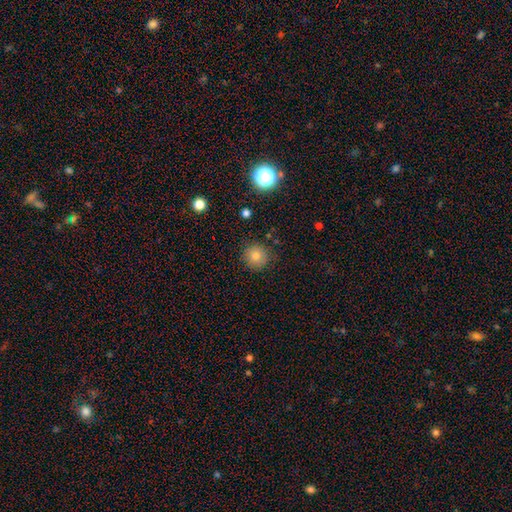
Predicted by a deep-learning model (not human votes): Smooth or featured?
  - smooth: 78% *
  - star or artifact: 14%
  - featured or disk: 8%
How rounded?
  - round: 94% *
  - in between: 5%
  - cigar-shaped: 1%
Merging?
  - none: 88% *
  - minor disturbance: 8%
  - major disturbance: 2%
  - merger: 1%